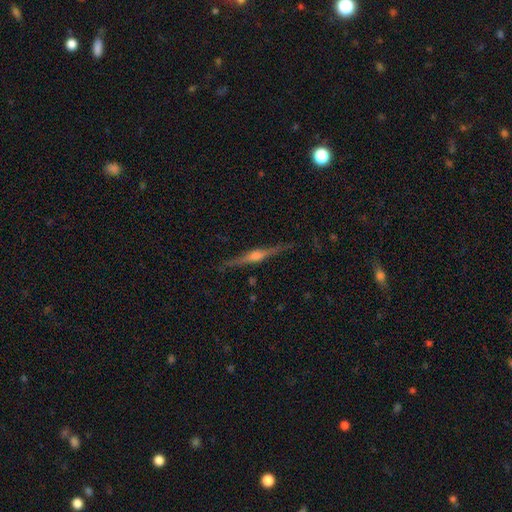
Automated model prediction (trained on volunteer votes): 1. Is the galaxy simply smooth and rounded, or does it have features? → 83% featured or disk, 11% smooth, 6% star or artifact.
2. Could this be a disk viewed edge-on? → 98% yes, 2% no.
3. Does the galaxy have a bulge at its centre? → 90% rounded, 7% boxy, 3% none.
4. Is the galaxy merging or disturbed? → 89% none, 8% minor disturbance, 2% major disturbance, 1% merger.